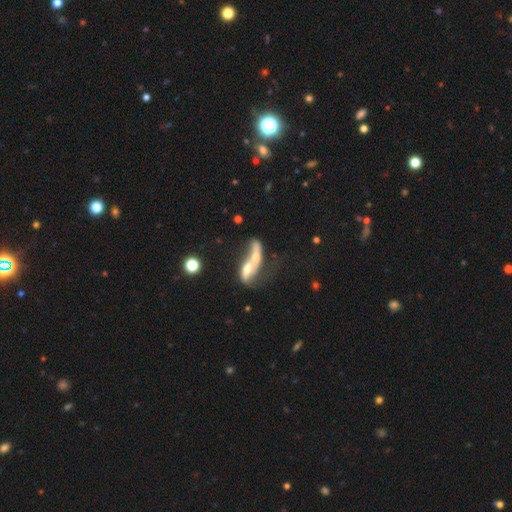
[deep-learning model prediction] A smooth galaxy with no disk features (45%, tied with featured or disk).

Vote fractions:
- Smooth or featured? smooth: 45% (tied) / featured or disk: 45% (tied) / star or artifact: 10%
- Merging? merger: 71% / major disturbance: 12% / none: 10% / minor disturbance: 6%